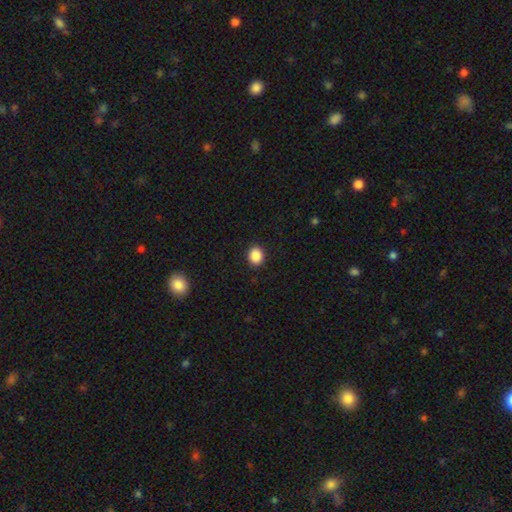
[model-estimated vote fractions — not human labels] Q: Smooth or featured?
A: smooth (88%); runner-up: star or artifact (9%)
Q: How rounded?
A: round (66%); runner-up: in between (34%)
Q: Merging?
A: none (92%); runner-up: minor disturbance (6%)